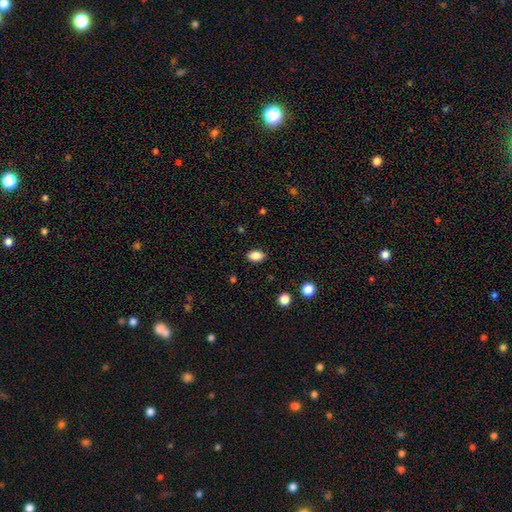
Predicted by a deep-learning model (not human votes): This appears to be a smooth galaxy with no disk features (85%) that is in between round and cigar-shaped (87%). Merging: none (87%).